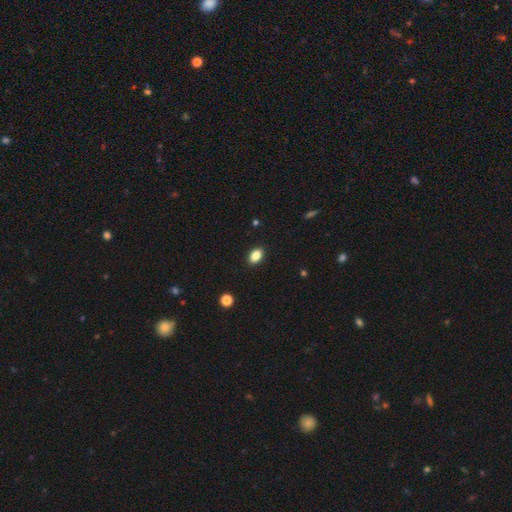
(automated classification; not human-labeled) Smooth or featured? smooth (86%)
How rounded? in between (87%)
Merging? none (89%)